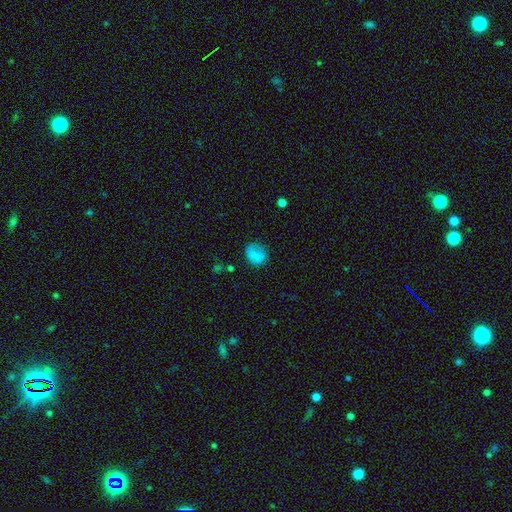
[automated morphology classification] This appears to be a smooth galaxy with no disk features (78%) that is round (63%). Merging: none (63%).